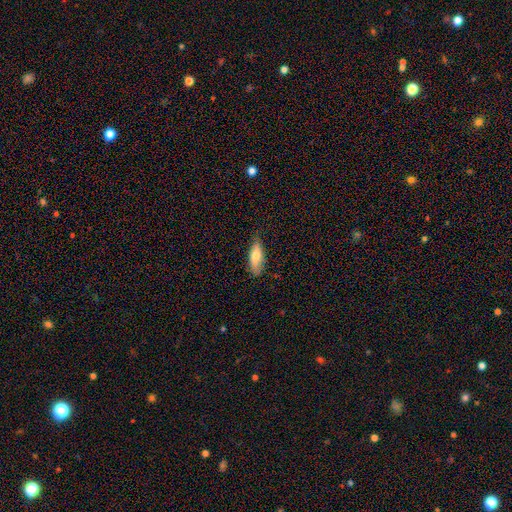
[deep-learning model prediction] Smooth or featured?
  - smooth: 72% *
  - featured or disk: 21%
  - star or artifact: 6%
How rounded?
  - in between: 67% *
  - cigar-shaped: 30%
  - round: 2%
Merging?
  - none: 74% *
  - minor disturbance: 21%
  - major disturbance: 3%
  - merger: 1%